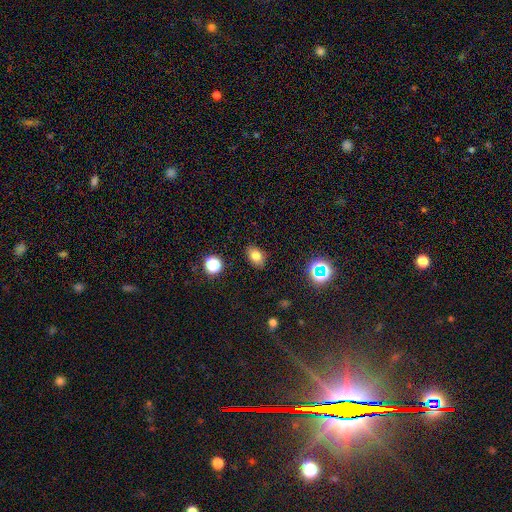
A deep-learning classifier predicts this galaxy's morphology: Smooth or featured? Predicted: smooth (p=0.77). How rounded? Predicted: in between (p=0.79). Merging? Predicted: none (p=0.85).